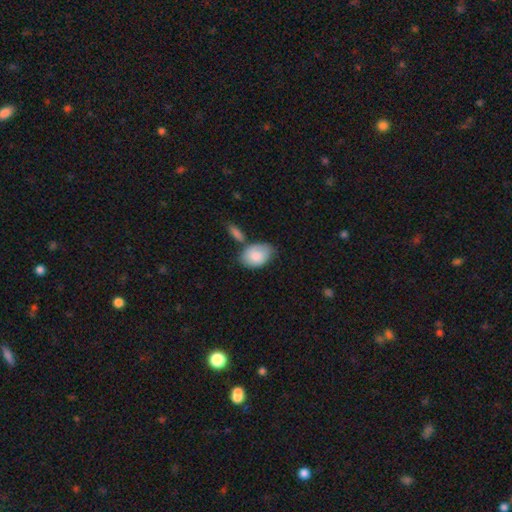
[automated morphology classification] smooth 84%, featured or disk 11%, star or artifact 6%. Down the decision tree: how rounded — in between (85%); merging — none (48%).